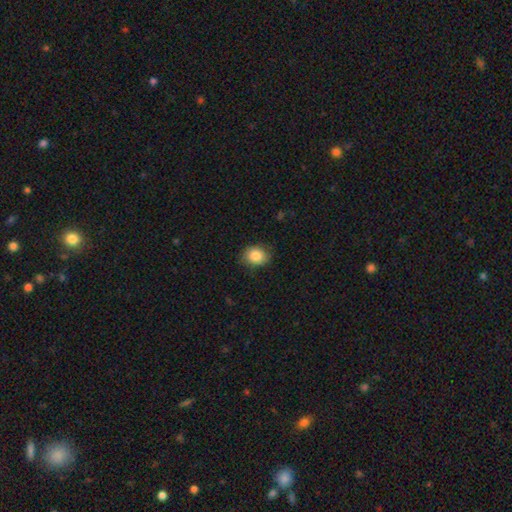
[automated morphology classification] The model was most divided on "how rounded": round: 55%, in between: 44%, cigar-shaped: 1%. More confident: smooth or featured — smooth (86%); merging — none (80%).